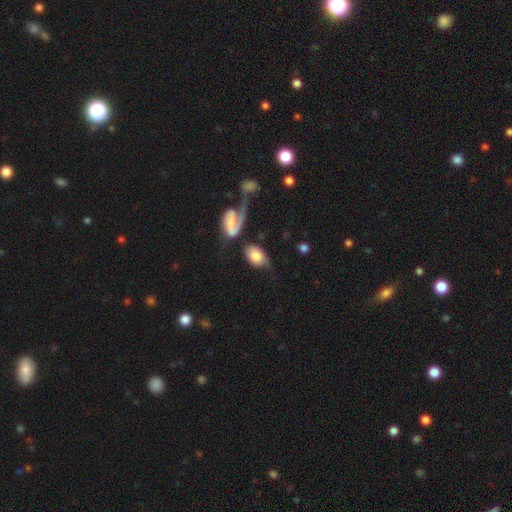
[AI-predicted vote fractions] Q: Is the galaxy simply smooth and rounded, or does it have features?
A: smooth — 65%.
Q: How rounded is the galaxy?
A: in between — 81%.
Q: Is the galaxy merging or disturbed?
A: none — 30%.